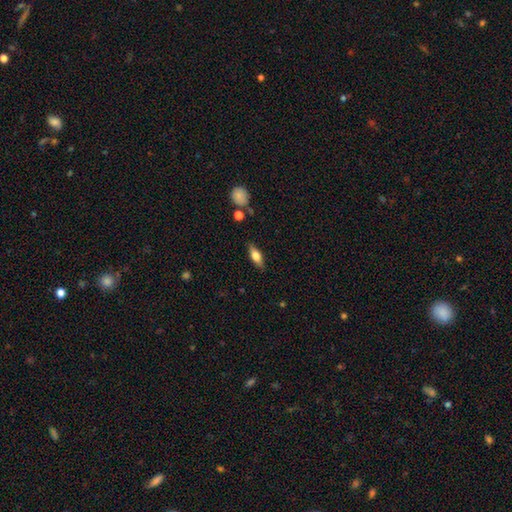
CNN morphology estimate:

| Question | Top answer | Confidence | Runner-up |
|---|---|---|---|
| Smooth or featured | smooth | 61% | featured or disk (32%) |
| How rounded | in between | 68% | cigar-shaped (28%) |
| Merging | none | 83% | minor disturbance (12%) |